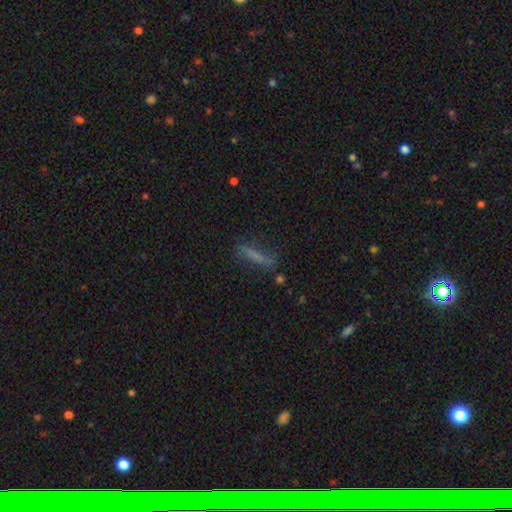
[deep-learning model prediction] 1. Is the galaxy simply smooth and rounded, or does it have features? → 59% smooth, 28% featured or disk, 13% star or artifact.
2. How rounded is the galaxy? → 86% cigar-shaped, 12% in between, 2% round.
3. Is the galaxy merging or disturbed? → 67% none, 20% minor disturbance, 9% major disturbance, 4% merger.